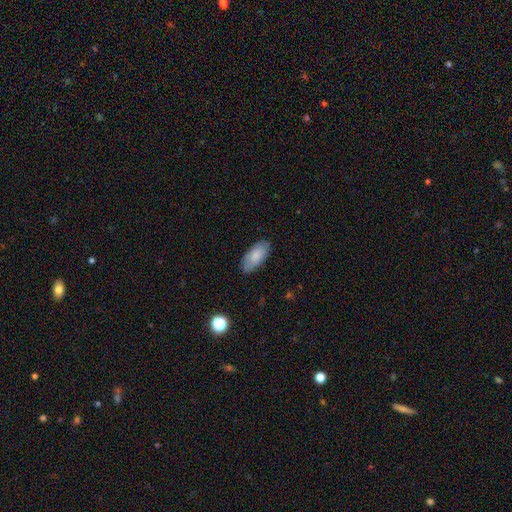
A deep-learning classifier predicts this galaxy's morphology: type=smooth (82%); roundness=in between (91%); merging=none (83%).